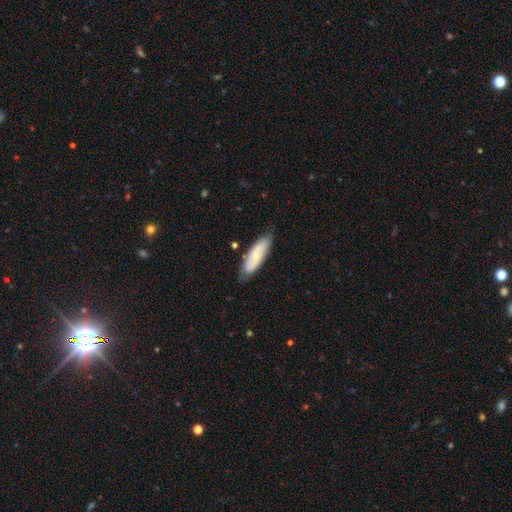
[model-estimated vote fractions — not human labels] This appears to be a smooth galaxy with no disk features (56%) that is in between round and cigar-shaped (54%). Merging: none (78%).